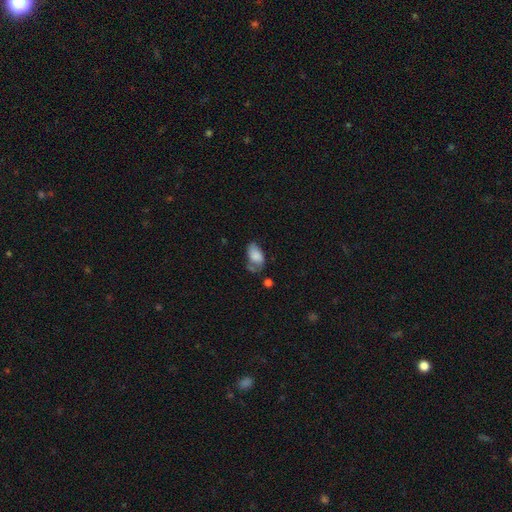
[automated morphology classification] Q: Smooth or featured?
A: smooth (71%); runner-up: featured or disk (21%)
Q: How rounded?
A: in between (92%); runner-up: round (6%)
Q: Merging?
A: none (35%); runner-up: minor disturbance (32%)